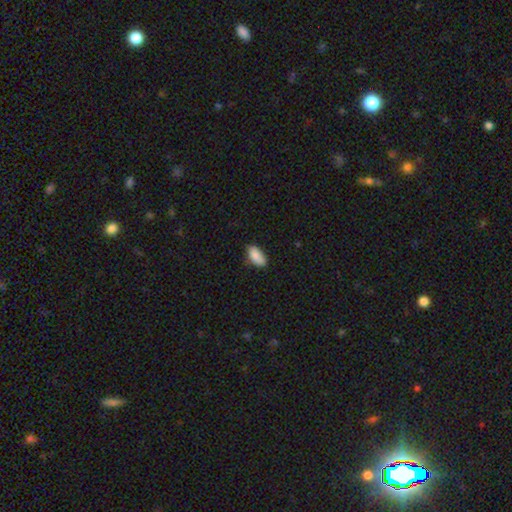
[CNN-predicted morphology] Smooth or featured? Predicted: smooth (p=0.89). How rounded? Predicted: in between (p=0.92). Merging? Predicted: none (p=0.78).